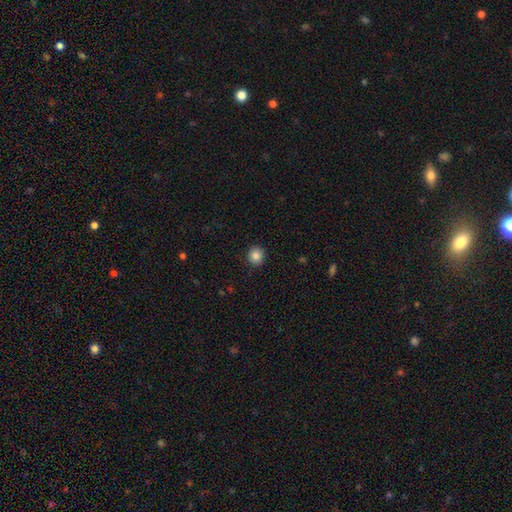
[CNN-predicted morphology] Overall: smooth (85%). How rounded: round (88%). Merging: none (91%).